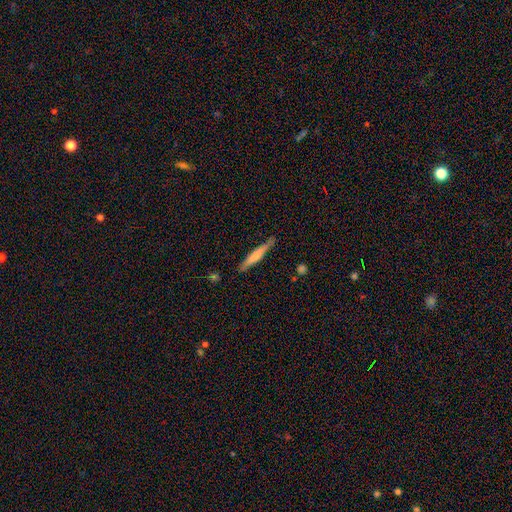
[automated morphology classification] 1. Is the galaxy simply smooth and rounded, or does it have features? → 57% smooth, 38% featured or disk, 5% star or artifact.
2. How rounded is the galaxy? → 94% cigar-shaped, 5% in between, 1% round.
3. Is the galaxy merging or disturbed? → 82% none, 14% minor disturbance, 2% major disturbance, 2% merger.